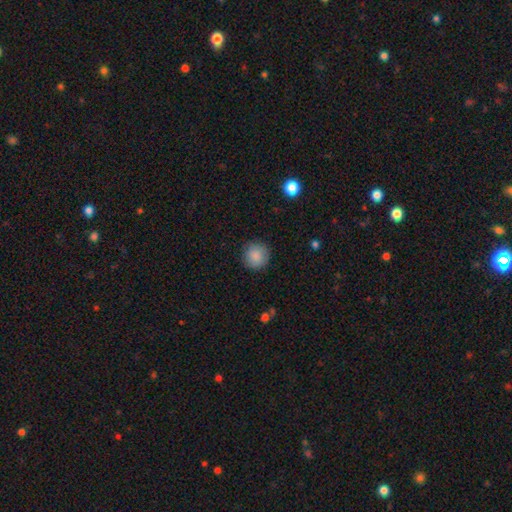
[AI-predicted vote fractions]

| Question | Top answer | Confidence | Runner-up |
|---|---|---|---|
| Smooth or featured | smooth | 88% | star or artifact (8%) |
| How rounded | round | 95% | in between (4%) |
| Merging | none | 89% | minor disturbance (8%) |